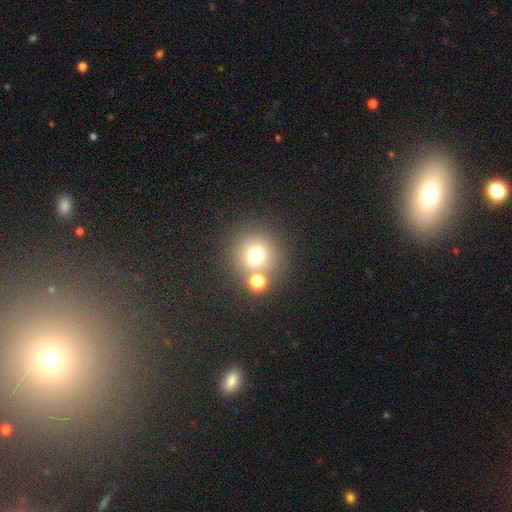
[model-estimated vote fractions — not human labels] Overall: smooth (69%). How rounded: round (90%). Merging: none (67%).